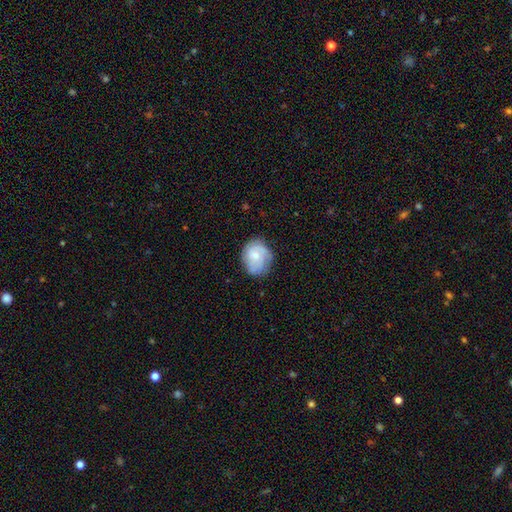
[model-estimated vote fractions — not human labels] This is possibly a smooth galaxy (46%, tied with featured or disk). Merging: likely none (65%).